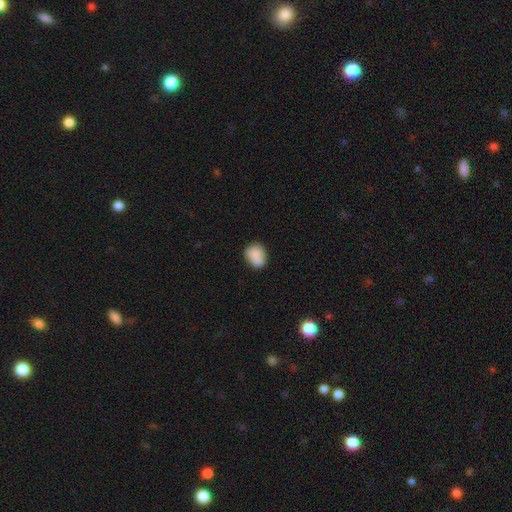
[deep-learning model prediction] A smooth galaxy with no disk features (85%) that is round (53%).

Vote fractions:
- Smooth or featured? smooth: 85% / star or artifact: 8% / featured or disk: 7%
- How rounded? round: 53% / in between: 46% / cigar-shaped: 1%
- Merging? none: 73% / minor disturbance: 19% / major disturbance: 4% / merger: 4%